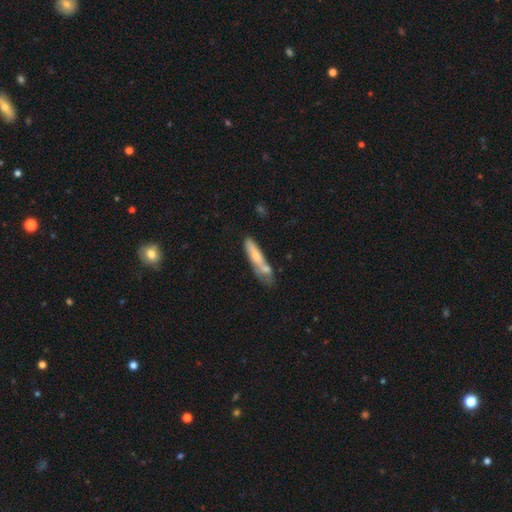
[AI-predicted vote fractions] Morphology: type=smooth (62%); roundness=cigar-shaped (77%); merging=none (37%).